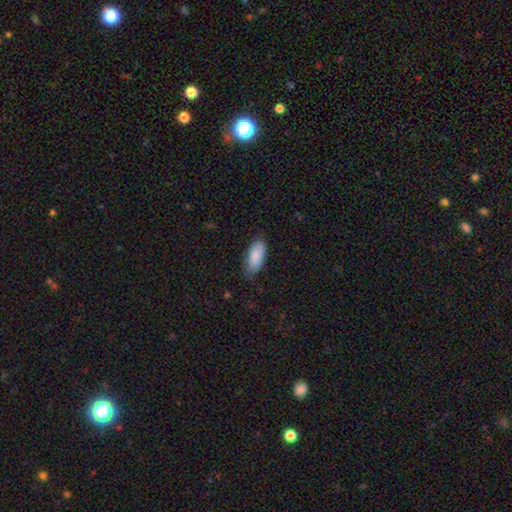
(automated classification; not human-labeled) The model was most divided on "merging": none: 79%, minor disturbance: 17%, major disturbance: 3%, merger: 1%. More confident: smooth or featured — smooth (87%); how rounded — in between (87%).